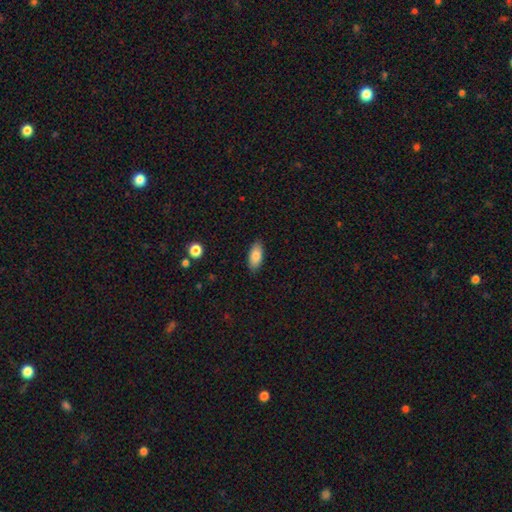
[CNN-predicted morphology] smooth 83%, featured or disk 10%, star or artifact 7%. Down the decision tree: how rounded — in between (88%); merging — none (86%).